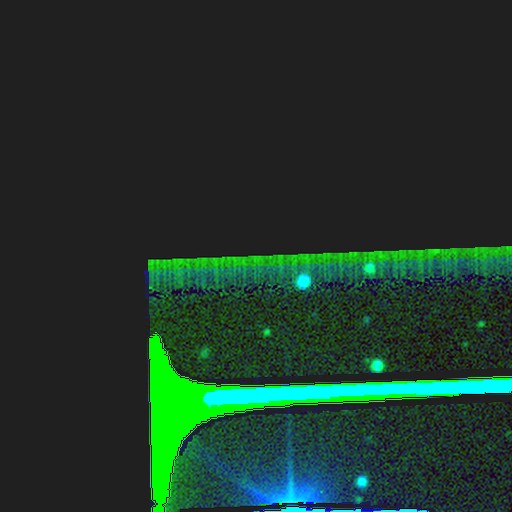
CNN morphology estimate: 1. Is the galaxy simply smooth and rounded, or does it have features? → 86% star or artifact, 7% smooth, 7% featured or disk.